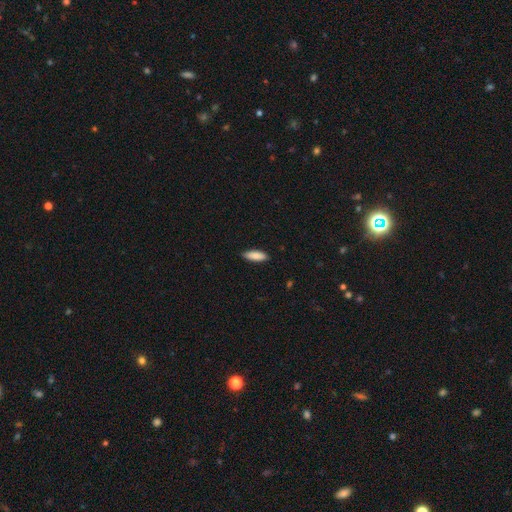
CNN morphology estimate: smooth 87%, featured or disk 7%, star or artifact 6%. Down the decision tree: how rounded — in between (58%); merging — none (86%).